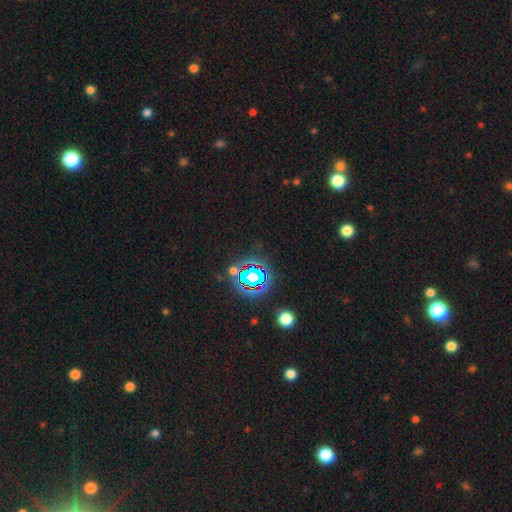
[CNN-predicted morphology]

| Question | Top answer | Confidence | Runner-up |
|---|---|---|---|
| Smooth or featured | star or artifact | 80% | smooth (13%) |